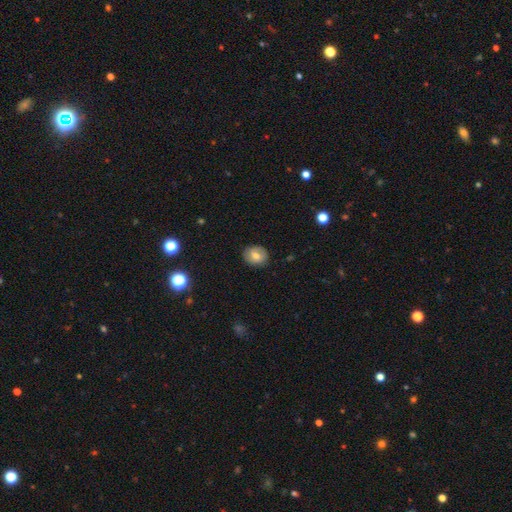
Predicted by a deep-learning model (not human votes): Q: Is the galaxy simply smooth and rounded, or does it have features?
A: smooth — 71%.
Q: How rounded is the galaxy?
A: round — 67%.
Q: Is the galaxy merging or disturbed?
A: none — 86%.